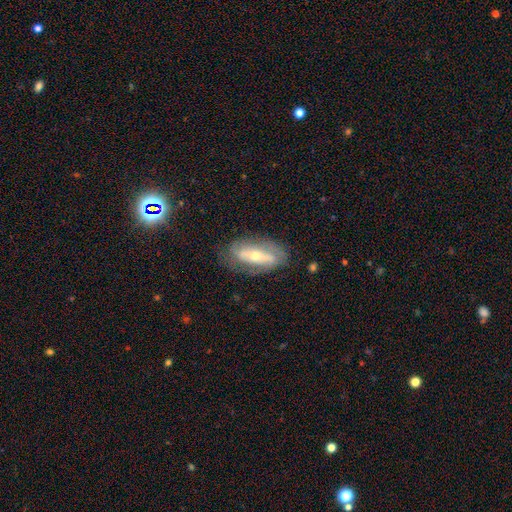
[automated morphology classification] Smooth or featured? Predicted: featured or disk (p=0.69). Edge-on disk? Predicted: no (p=0.81). Bar? Predicted: strong (p=0.46). Spiral arms? Predicted: yes (p=0.65). Bulge size? Predicted: moderate (p=0.51). Merging? Predicted: none (p=0.75).